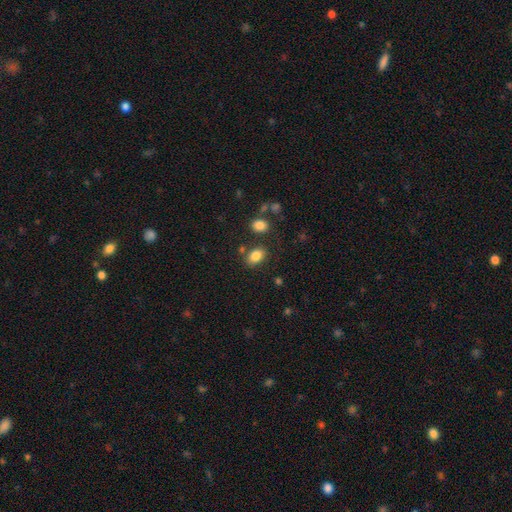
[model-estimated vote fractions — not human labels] The model was most divided on "how rounded": in between: 81%, round: 18%, cigar-shaped: 1%. More confident: smooth or featured — smooth (84%); merging — none (77%).